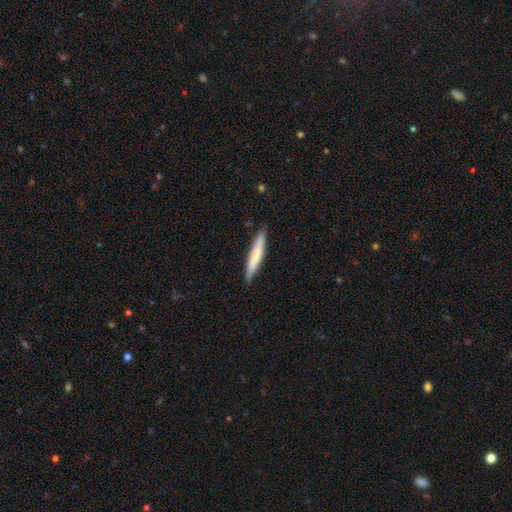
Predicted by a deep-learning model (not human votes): Smooth or featured?
  - smooth: 71% *
  - featured or disk: 24%
  - star or artifact: 5%
How rounded?
  - cigar-shaped: 93% *
  - in between: 5%
  - round: 1%
Merging?
  - none: 87% *
  - minor disturbance: 10%
  - major disturbance: 2%
  - merger: 1%